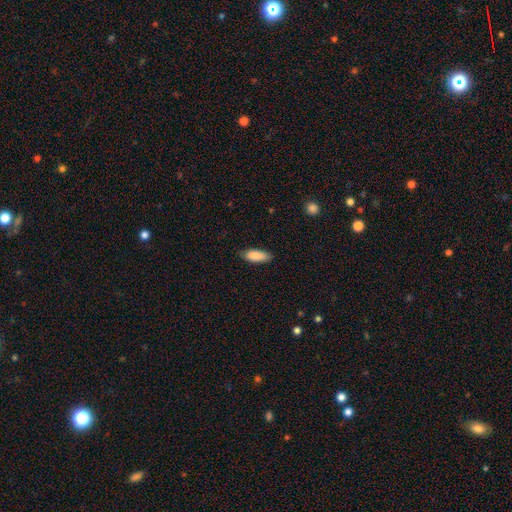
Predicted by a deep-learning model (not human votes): smooth 88%, featured or disk 6%, star or artifact 6%. Down the decision tree: how rounded — in between (73%); merging — none (81%).